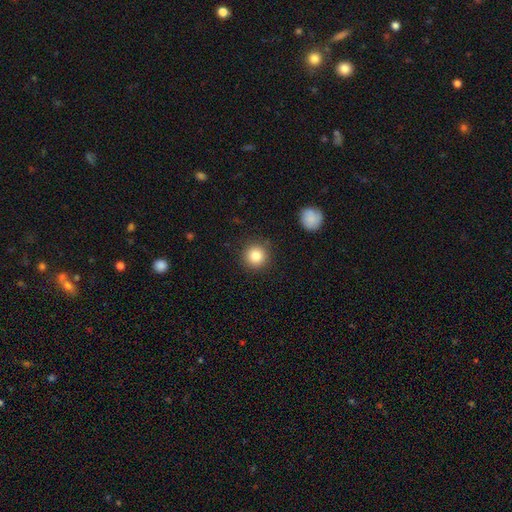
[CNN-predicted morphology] This appears to be a smooth galaxy with no disk features (84%) that is round (95%). Merging: none (90%).